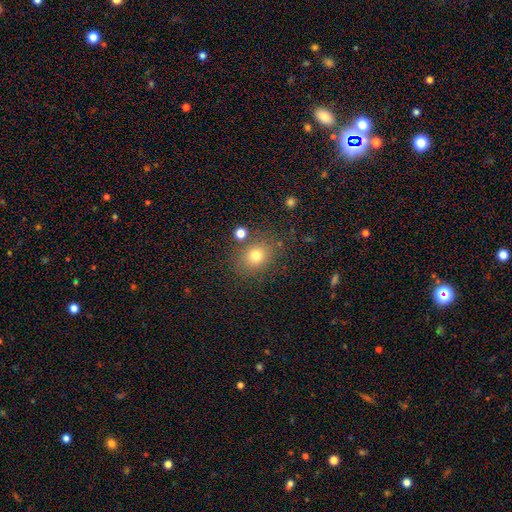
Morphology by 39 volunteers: Smooth or featured: smooth — 82% (featured or disk — 13%)
How rounded: round — 81% (in between — 19%)
Merging: none — 78% (major disturbance — 11%)